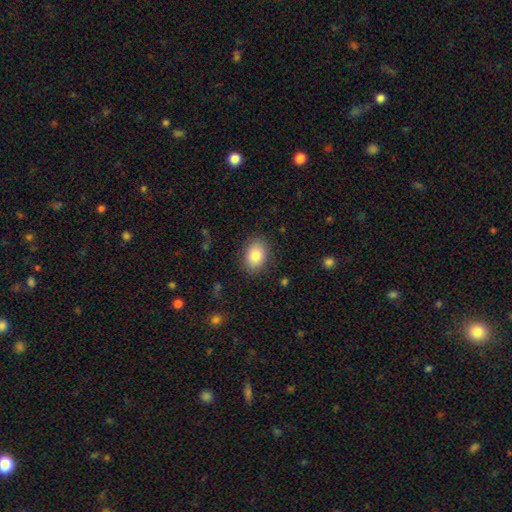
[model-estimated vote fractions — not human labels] Smooth or featured? Predicted: smooth (p=0.83). How rounded? Predicted: in between (p=0.78). Merging? Predicted: none (p=0.85).